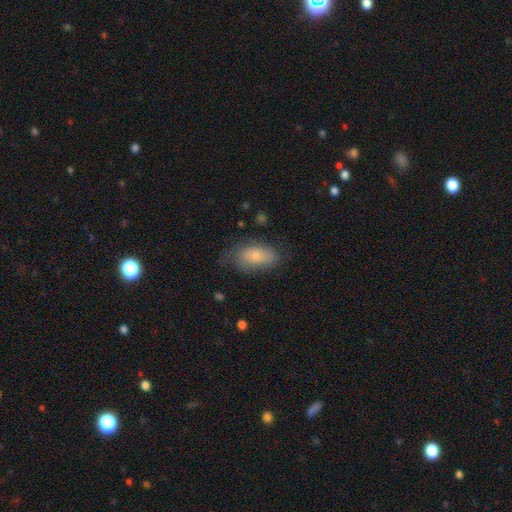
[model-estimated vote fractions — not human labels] A smooth galaxy with no disk features (72%) that is in between round and cigar-shaped (91%).

Vote fractions:
- Smooth or featured? smooth: 72% / featured or disk: 21% / star or artifact: 7%
- How rounded? in between: 91% / round: 6% / cigar-shaped: 3%
- Merging? none: 58% / minor disturbance: 28% / major disturbance: 13% / merger: 2%